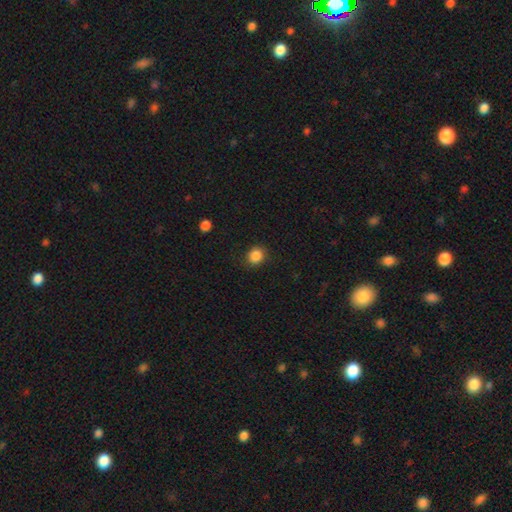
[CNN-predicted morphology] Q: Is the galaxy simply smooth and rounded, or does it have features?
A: smooth — 86%.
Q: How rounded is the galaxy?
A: round — 76%.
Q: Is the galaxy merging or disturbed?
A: none — 84%.